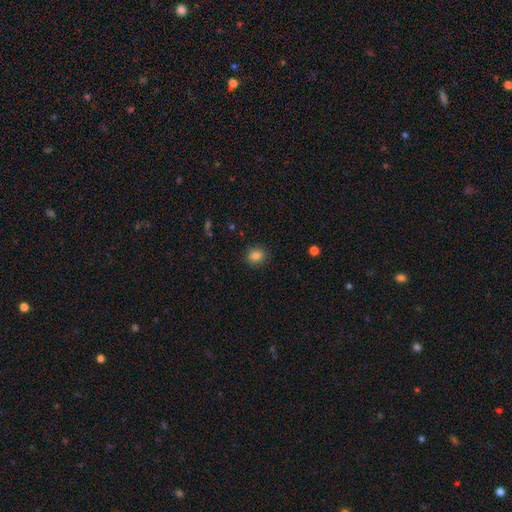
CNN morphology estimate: Smooth or featured? smooth (84%)
How rounded? round (64%)
Merging? none (87%)